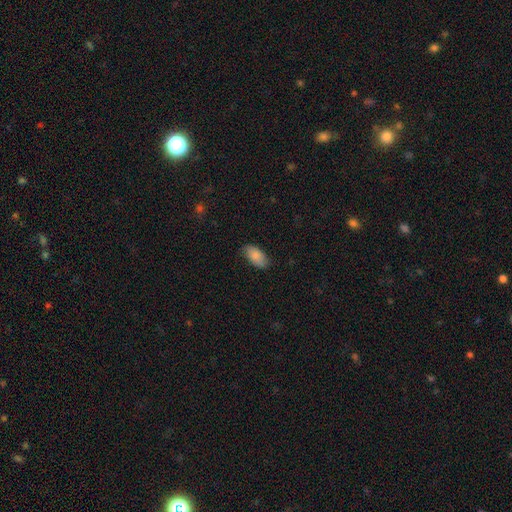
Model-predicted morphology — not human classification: This is clearly a smooth galaxy (85%). How rounded: clearly in between (94%). Merging: likely none (77%).